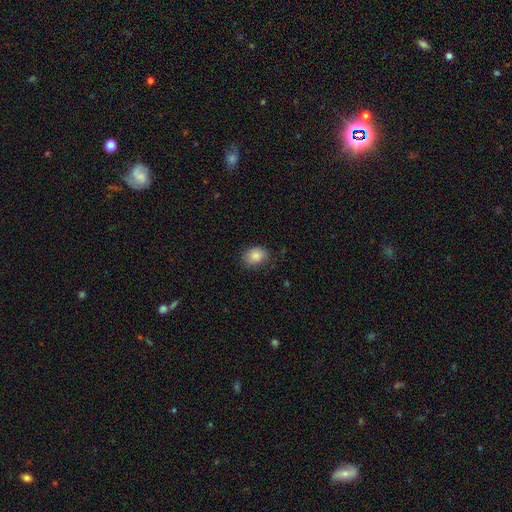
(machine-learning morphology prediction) smooth-or-featured: smooth: 86% | star or artifact: 8% | featured or disk: 6%
  how-rounded: in between: 63% | round: 37% | cigar-shaped: 1%
  merging: none: 80% | minor disturbance: 16% | major disturbance: 3% | merger: 1%